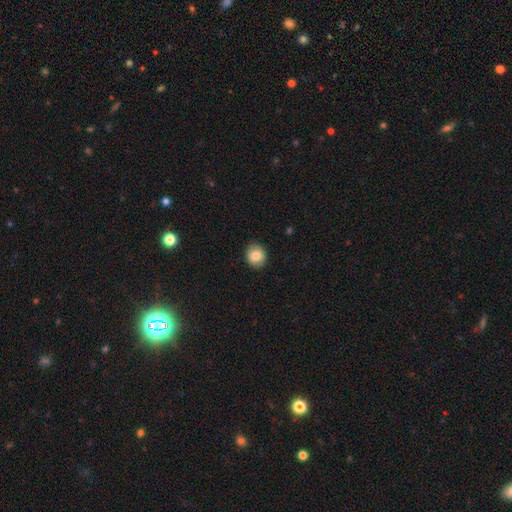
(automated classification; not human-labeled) This appears to be a smooth galaxy with no disk features (83%) that is round (72%). Merging: none (89%).